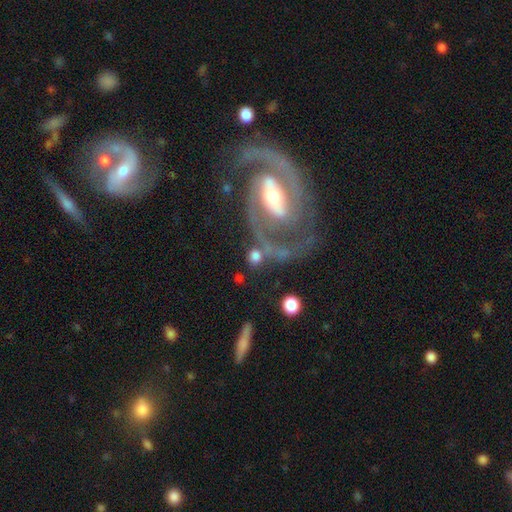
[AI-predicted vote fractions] The model was most divided on "smooth or featured": smooth: 64%, featured or disk: 26%, star or artifact: 10%. More confident: how rounded — round (79%); merging — none (57%).